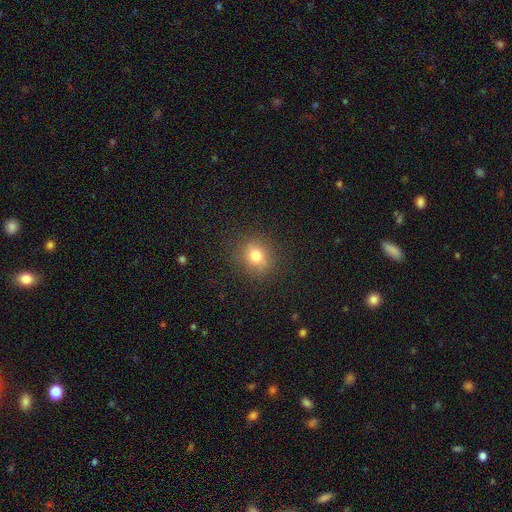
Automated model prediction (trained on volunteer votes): smooth 76%, star or artifact 14%, featured or disk 10%. Down the decision tree: how rounded — round (79%); merging — none (85%).